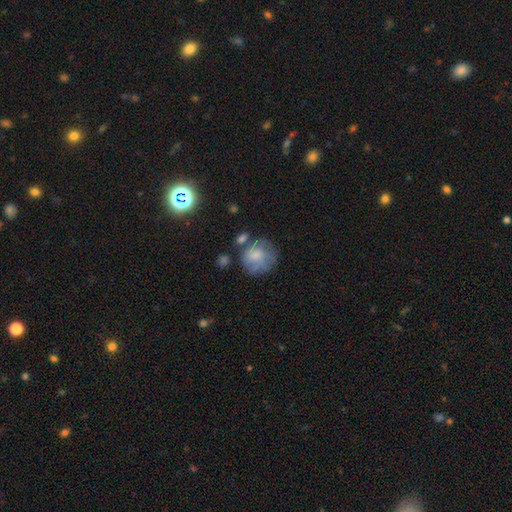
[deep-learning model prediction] Smooth or featured?
  - smooth: 65% *
  - featured or disk: 26%
  - star or artifact: 9%
How rounded?
  - round: 78% *
  - in between: 21%
  - cigar-shaped: 1%
Merging?
  - none: 52% *
  - minor disturbance: 24%
  - major disturbance: 15%
  - merger: 9%